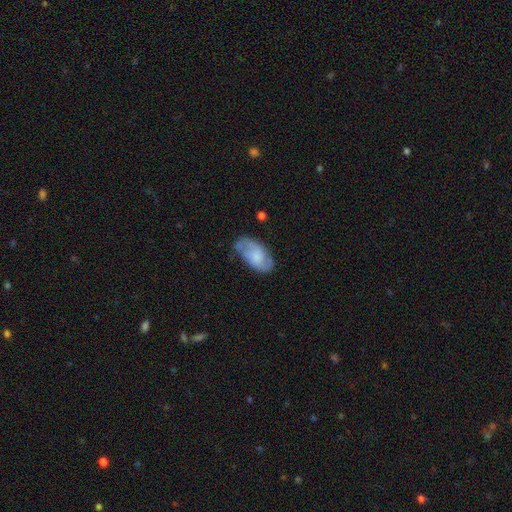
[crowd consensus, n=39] A featured or disk galaxy (62%) with no bar (61%), 2 (95%) medium (50%) spiral arms (96%) and a small central bulge (35%).

Vote fractions:
- Smooth or featured? featured or disk: 62% / smooth: 33% / star or artifact: 5%
- Edge-on disk? no: 96% / yes: 4%
- Bar? no: 61% / weak: 35% / strong: 4%
- Spiral arms? yes: 96% / no: 4%
- Spiral winding? medium: 50% / tight: 32% / loose: 18%
- Spiral arm count? 2: 95% / 3: 5% / 1: 0% / 4: 0% / more than 4: 0% / can't tell: 0%
- Bulge size? small: 35% / moderate: 30% / none: 30% / dominant: 4% / large: 0%
- Merging? none: 68% / minor disturbance: 22% / major disturbance: 11% / merger: 0%